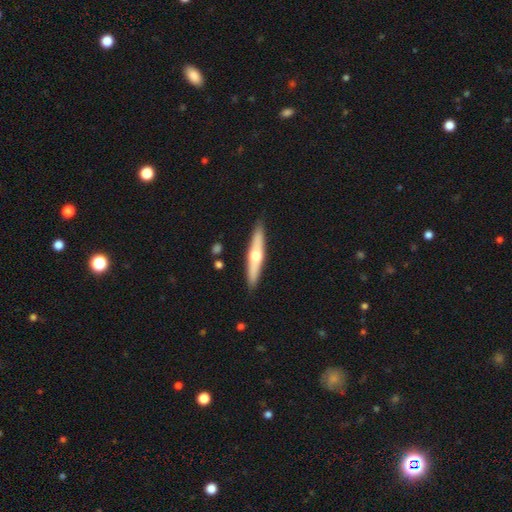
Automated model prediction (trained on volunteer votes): Smooth or featured? Predicted: featured or disk (p=0.57). Edge-on disk? Predicted: yes (p=0.92). Edge-on bulge? Predicted: rounded (p=0.92). Merging? Predicted: none (p=0.89).